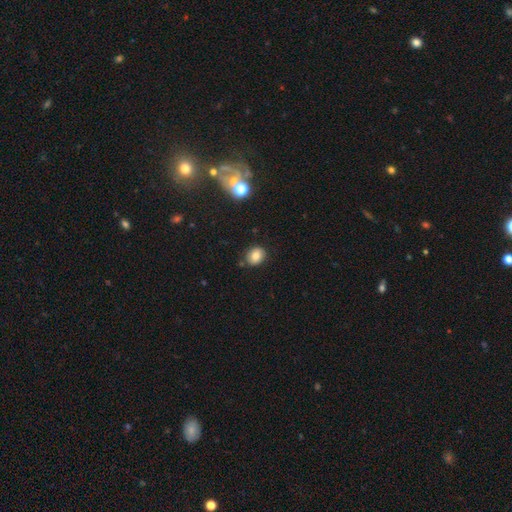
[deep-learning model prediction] This appears to be a smooth galaxy with no disk features (79%) that is round (54%). Merging: none (79%).